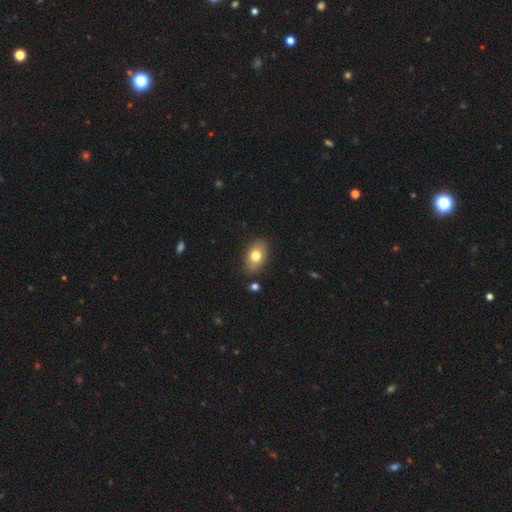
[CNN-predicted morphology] The model was most divided on "smooth or featured": smooth: 76%, featured or disk: 16%, star or artifact: 8%. More confident: how rounded — in between (87%); merging — none (85%).